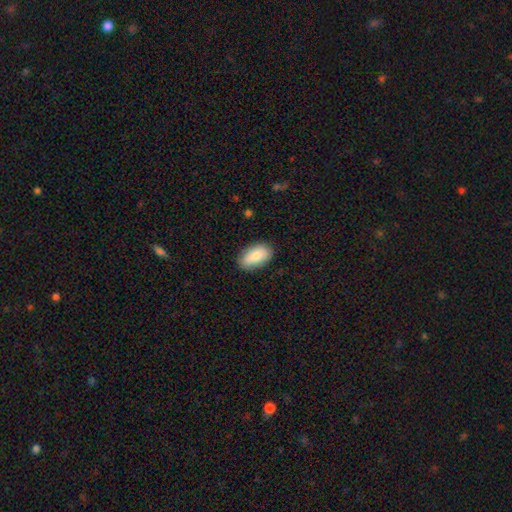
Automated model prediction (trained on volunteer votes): smooth_or_featured: smooth (p=0.85) [alt: featured or disk p=0.09]
how_rounded: in between (p=0.94) [alt: round p=0.04]
merging: none (p=0.84) [alt: minor disturbance p=0.13]